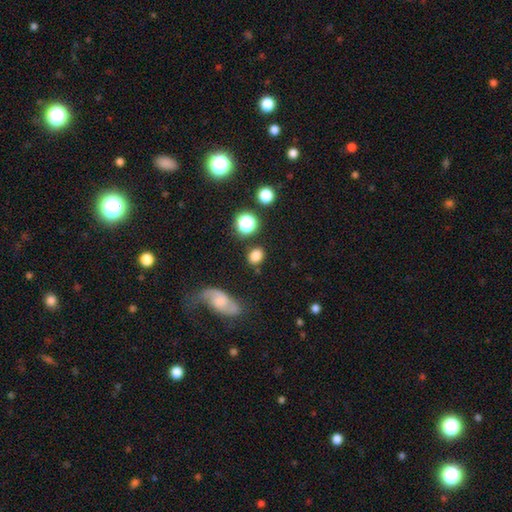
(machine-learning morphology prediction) smooth-or-featured: smooth: 79% | star or artifact: 12% | featured or disk: 8%
  how-rounded: round: 50% | in between: 48% | cigar-shaped: 2%
  merging: none: 78% | minor disturbance: 12% | merger: 6% | major disturbance: 4%